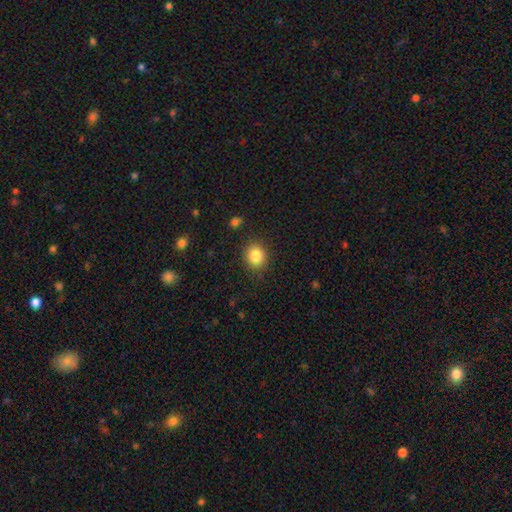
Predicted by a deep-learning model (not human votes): Smooth or featured? smooth (84%)
How rounded? round (74%)
Merging? none (87%)